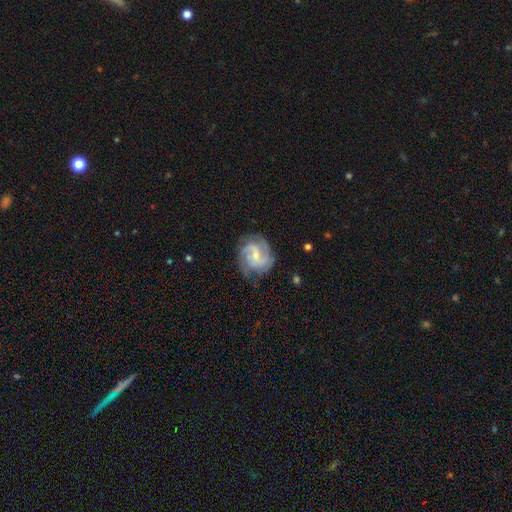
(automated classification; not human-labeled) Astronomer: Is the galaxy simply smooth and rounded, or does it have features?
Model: featured or disk — 82%.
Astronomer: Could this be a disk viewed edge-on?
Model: no — 98%.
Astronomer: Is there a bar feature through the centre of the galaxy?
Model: weak — 53% (runner-up: no, 34%).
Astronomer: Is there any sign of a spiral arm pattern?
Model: yes — 95%.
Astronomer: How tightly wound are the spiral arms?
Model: medium — 49% (runner-up: tight, 31%).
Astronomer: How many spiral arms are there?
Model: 2 — 55%.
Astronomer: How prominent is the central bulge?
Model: small — 64%.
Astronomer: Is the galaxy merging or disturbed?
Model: none — 71%.